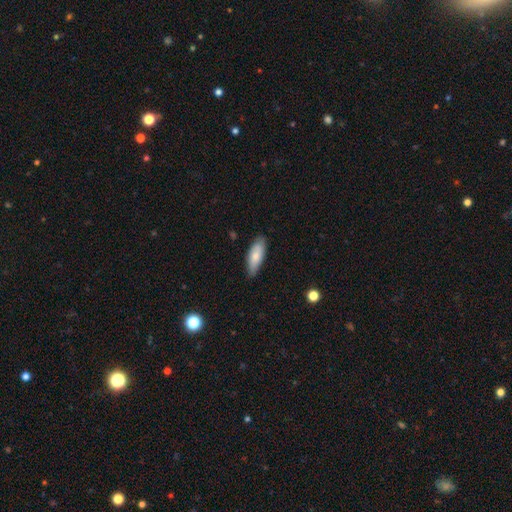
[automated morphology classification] Smooth or featured? Predicted: smooth (p=0.78). How rounded? Predicted: in between (p=0.71). Merging? Predicted: none (p=0.81).